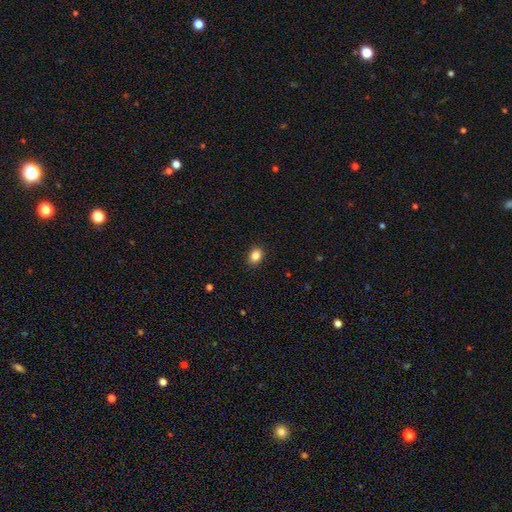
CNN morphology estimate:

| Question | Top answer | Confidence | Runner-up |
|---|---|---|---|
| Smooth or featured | smooth | 85% | star or artifact (10%) |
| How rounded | in between | 57% | round (42%) |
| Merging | none | 90% | minor disturbance (7%) |